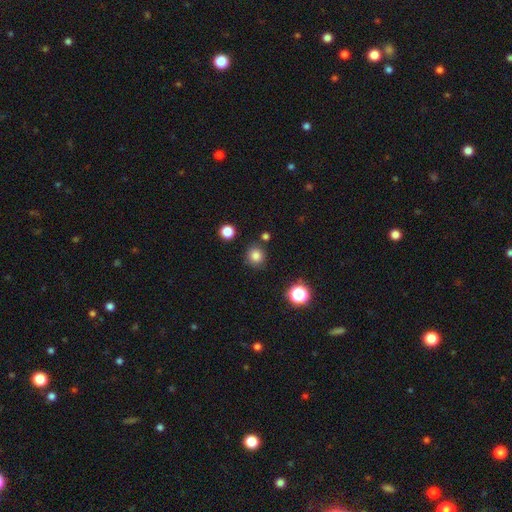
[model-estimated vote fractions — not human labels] smooth 82%, star or artifact 13%, featured or disk 5%. Down the decision tree: how rounded — round (92%); merging — none (84%).